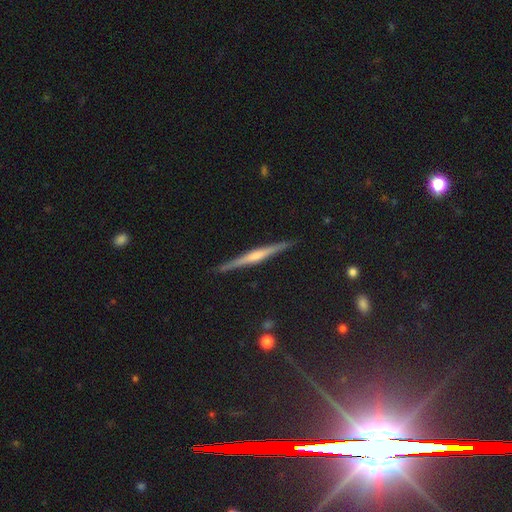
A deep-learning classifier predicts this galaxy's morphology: type=featured or disk (72%); edge-on=yes (98%); edge-on bulge=rounded (61%); merging=none (91%).